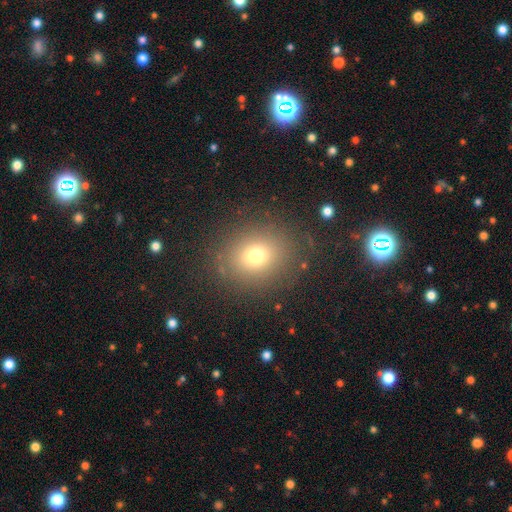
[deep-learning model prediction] The model was most divided on "how rounded": round: 74%, in between: 25%, cigar-shaped: 1%. More confident: merging — none (84%); smooth or featured — smooth (71%).